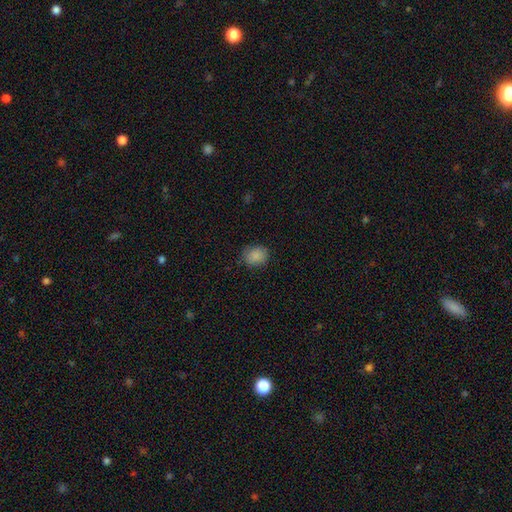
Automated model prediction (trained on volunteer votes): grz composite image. It shows a smooth galaxy with no disk features (87%) that is round (62%). Merging: none (83%).